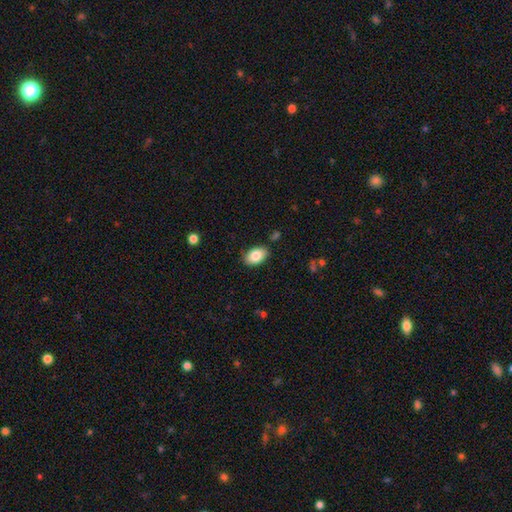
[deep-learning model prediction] smooth 84%, featured or disk 9%, star or artifact 7%. Down the decision tree: how rounded — in between (91%); merging — none (83%).